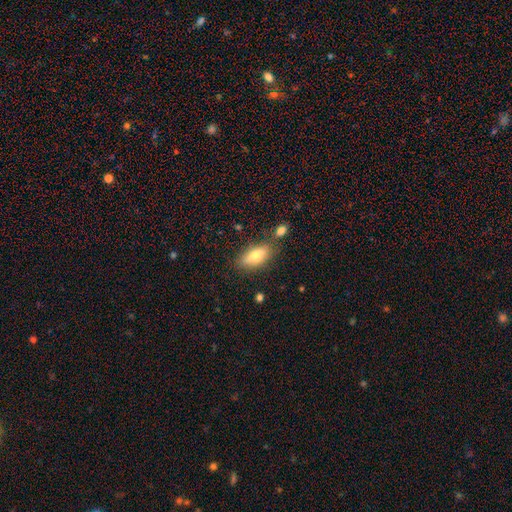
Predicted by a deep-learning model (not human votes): A smooth galaxy with no disk features (71%) that is in between round and cigar-shaped (78%). Merging: none (76%).